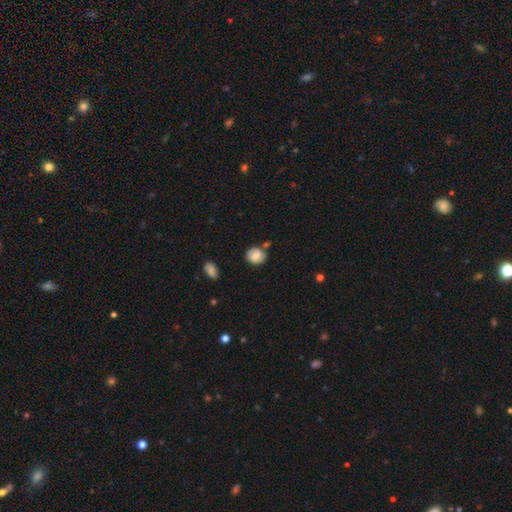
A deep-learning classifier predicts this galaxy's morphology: smooth 77%, featured or disk 15%, star or artifact 8%. Down the decision tree: how rounded — round (77%); merging — none (71%).